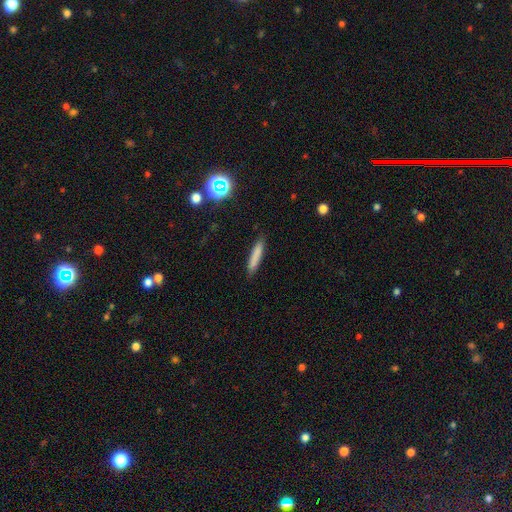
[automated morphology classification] type=smooth (79%); roundness=cigar-shaped (90%); merging=none (88%).